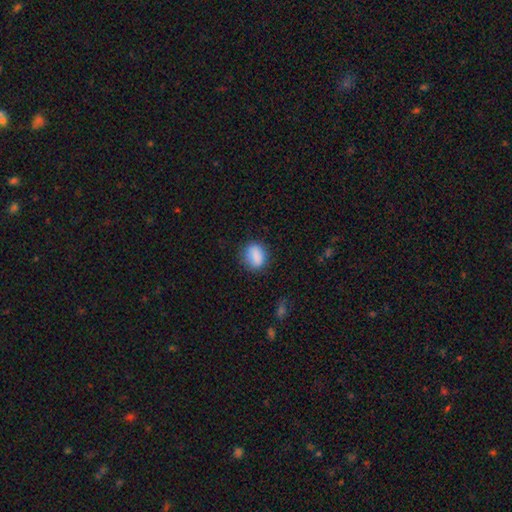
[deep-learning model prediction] Morphology: type=smooth (85%); roundness=in between (60%); merging=none (77%).